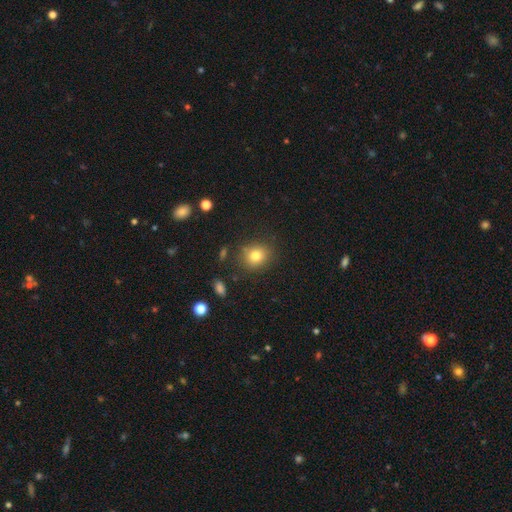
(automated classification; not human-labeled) The model was most divided on "how rounded": round: 72%, in between: 27%, cigar-shaped: 1%. More confident: merging — none (83%); smooth or featured — smooth (80%).